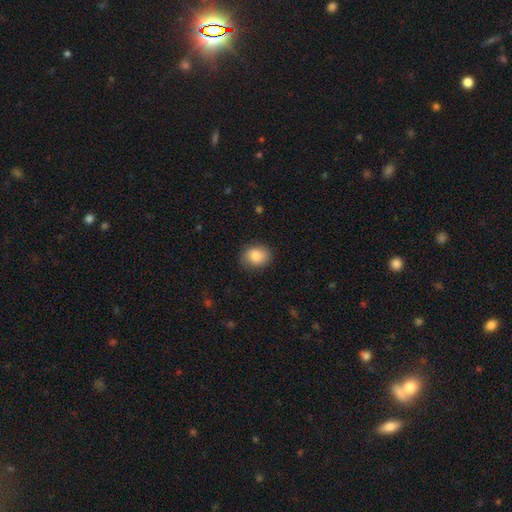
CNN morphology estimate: Overall: smooth (86%). How rounded: round (55%; in between 44%). Merging: none (82%).